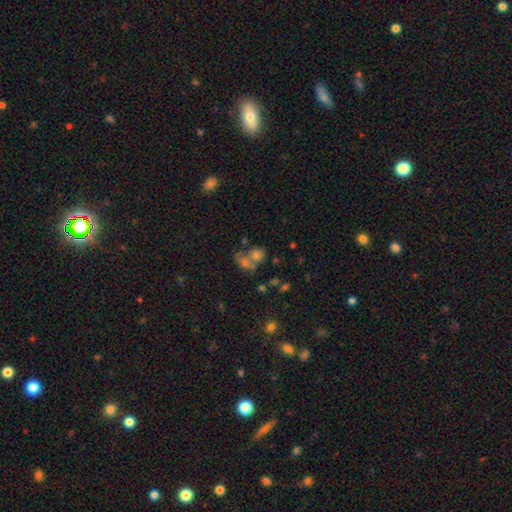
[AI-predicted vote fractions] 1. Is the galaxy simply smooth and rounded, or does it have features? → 59% smooth, 22% star or artifact, 19% featured or disk.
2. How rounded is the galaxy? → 55% round, 43% in between, 2% cigar-shaped.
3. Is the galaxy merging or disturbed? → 49% merger, 34% none, 10% minor disturbance, 8% major disturbance.